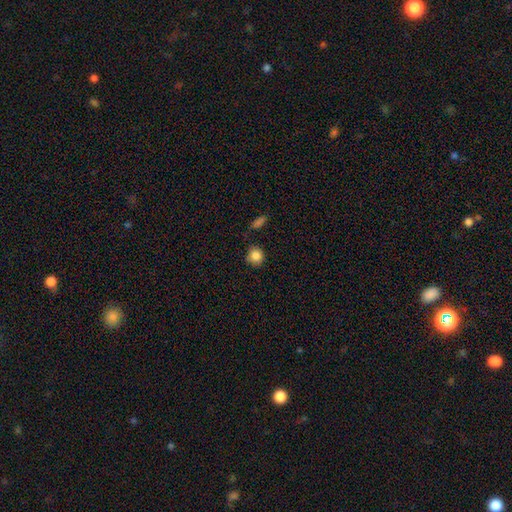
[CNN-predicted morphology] This is clearly a smooth galaxy (85%). How rounded: clearly round (85%). Merging: likely none (74%).